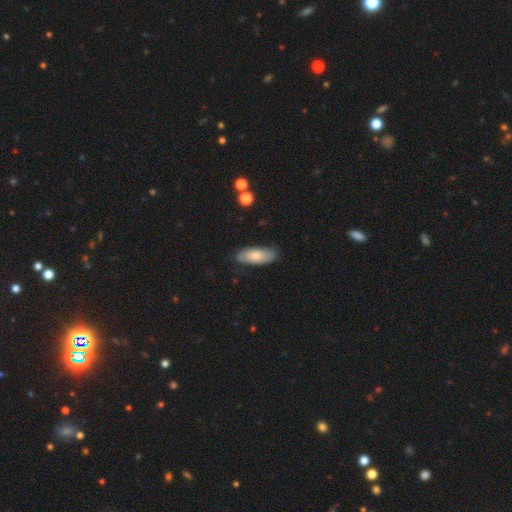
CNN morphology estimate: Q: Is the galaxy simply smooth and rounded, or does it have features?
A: smooth — 70%.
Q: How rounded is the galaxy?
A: in between — 81%.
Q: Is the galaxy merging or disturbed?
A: none — 80%.